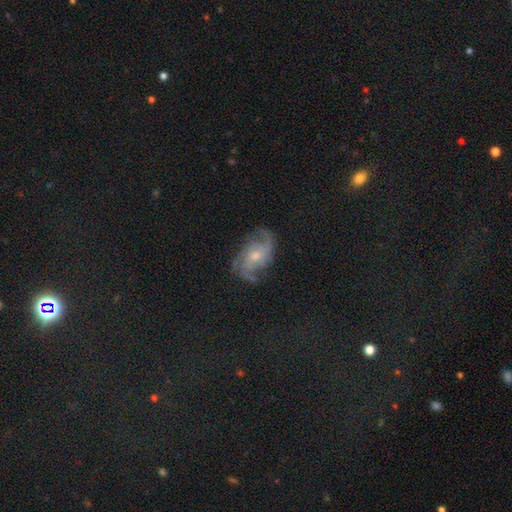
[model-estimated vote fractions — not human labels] Q: Smooth or featured?
A: featured or disk (83%); runner-up: smooth (9%)
Q: Edge-on disk?
A: no (97%); runner-up: yes (3%)
Q: Bar?
A: no (61%); runner-up: weak (33%)
Q: Spiral arms?
A: yes (96%); runner-up: no (4%)
Q: Spiral winding?
A: medium (47%); runner-up: tight (27%)
Q: Spiral arm count?
A: 2 (52%); runner-up: 3 (18%)
Q: Bulge size?
A: moderate (52%); runner-up: small (41%)
Q: Merging?
A: none (70%); runner-up: minor disturbance (19%)